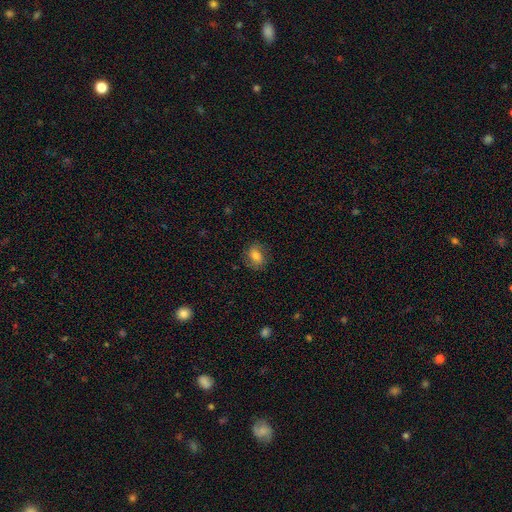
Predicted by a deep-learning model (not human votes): A smooth galaxy with no disk features (73%) that is in between round and cigar-shaped (56%).

Vote fractions:
- Smooth or featured? smooth: 73% / featured or disk: 17% / star or artifact: 10%
- How rounded? in between: 56% / round: 42% / cigar-shaped: 1%
- Merging? none: 80% / minor disturbance: 15% / major disturbance: 5% / merger: 1%